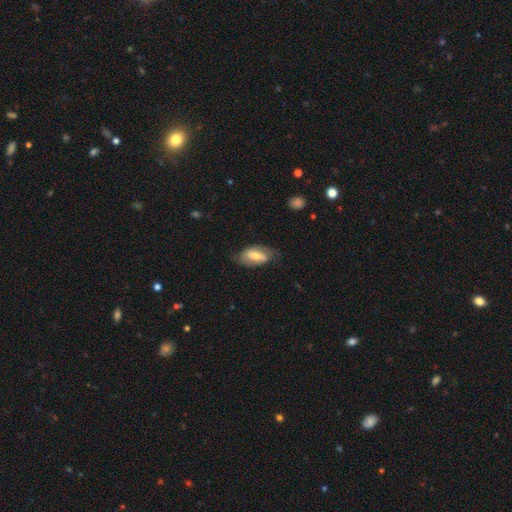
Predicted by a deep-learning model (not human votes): Overall: featured or disk (56%; smooth 38%). Edge-on disk: no (92%). Bar: strong (40%, tied with weak). Spiral arms: yes (74%). Bulge size: moderate (58%; small 32%). Merging: none (70%).